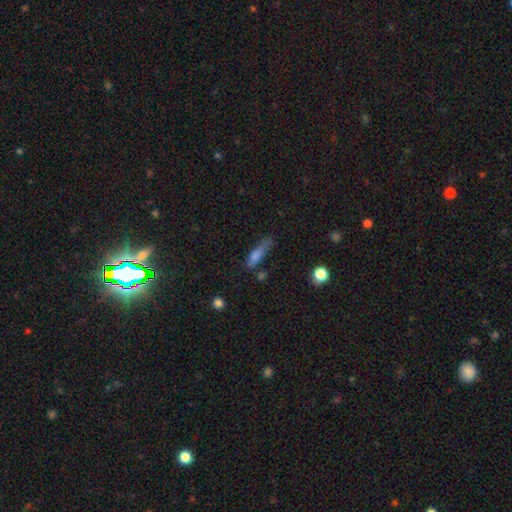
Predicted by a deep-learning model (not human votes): Smooth or featured? smooth (65%)
How rounded? cigar-shaped (66%)
Merging? none (46%)